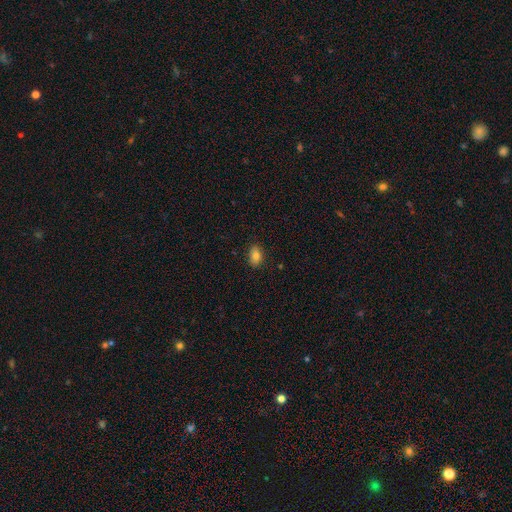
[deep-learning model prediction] Smooth or featured? Predicted: smooth (p=0.78). How rounded? Predicted: in between (p=0.81). Merging? Predicted: none (p=0.87).